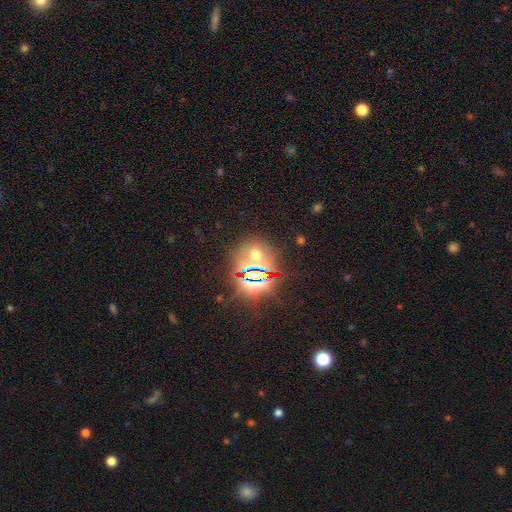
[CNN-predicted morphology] Smooth or featured: star or artifact — 59% (smooth — 31%)